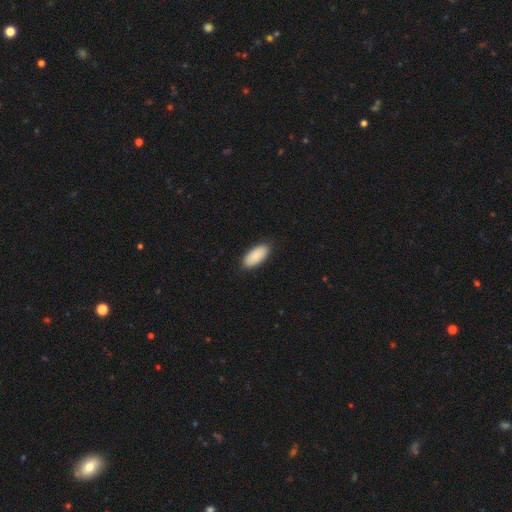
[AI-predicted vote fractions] Smooth or featured: smooth — 90% (star or artifact — 6%)
How rounded: in between — 91% (cigar-shaped — 7%)
Merging: none — 88% (minor disturbance — 9%)